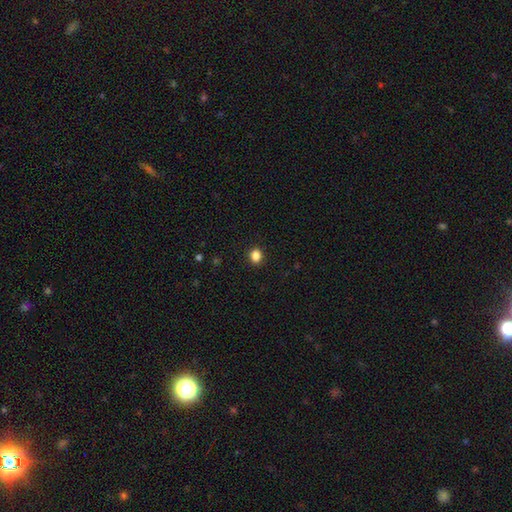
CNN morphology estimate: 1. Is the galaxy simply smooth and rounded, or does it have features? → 85% smooth, 12% star or artifact, 3% featured or disk.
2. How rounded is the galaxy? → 65% round, 35% in between, 1% cigar-shaped.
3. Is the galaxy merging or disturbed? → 91% none, 6% minor disturbance, 2% major disturbance, 1% merger.